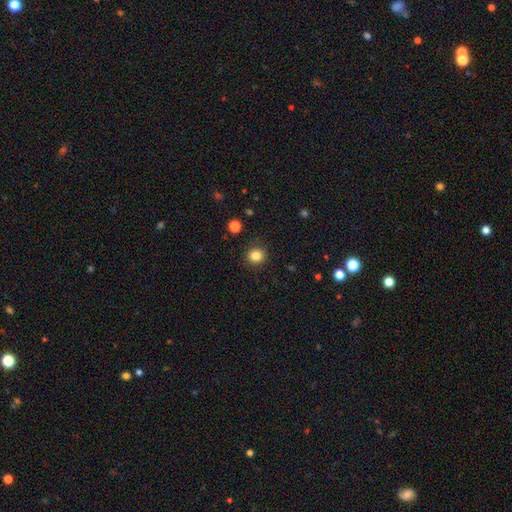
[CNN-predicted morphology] Q: Smooth or featured?
A: smooth (84%); runner-up: star or artifact (12%)
Q: How rounded?
A: round (86%); runner-up: in between (13%)
Q: Merging?
A: none (89%); runner-up: minor disturbance (7%)